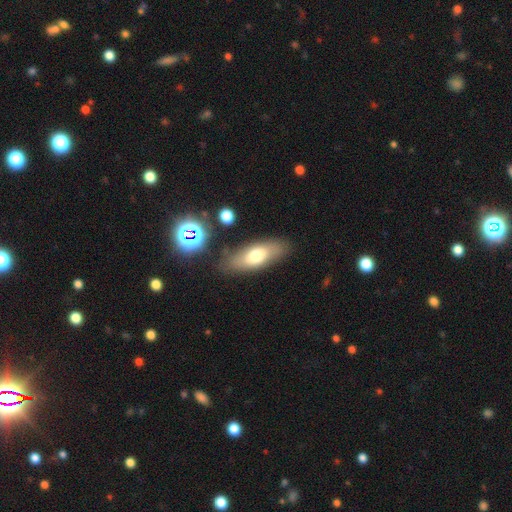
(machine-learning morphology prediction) smooth 64%, featured or disk 27%, star or artifact 9%. Down the decision tree: how rounded — in between (71%); merging — none (78%).